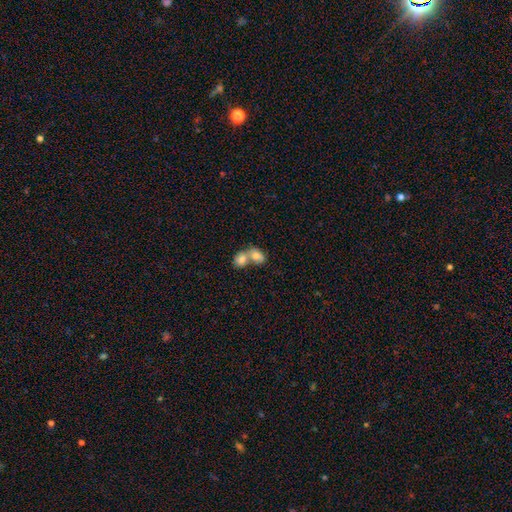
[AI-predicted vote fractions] Smooth or featured? smooth (76%)
How rounded? in between (64%)
Merging? merger (77%)